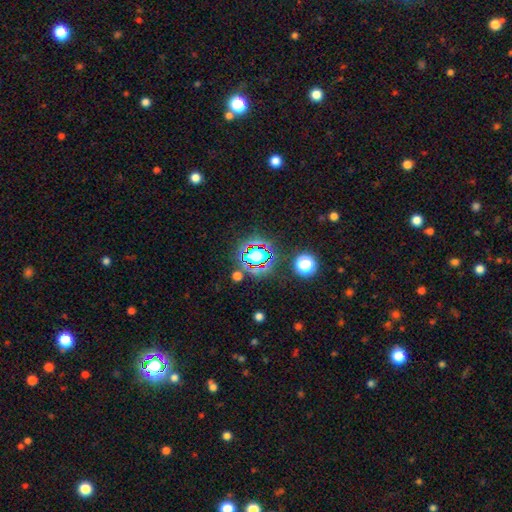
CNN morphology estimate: A star or artifact, not a galaxy (63%).